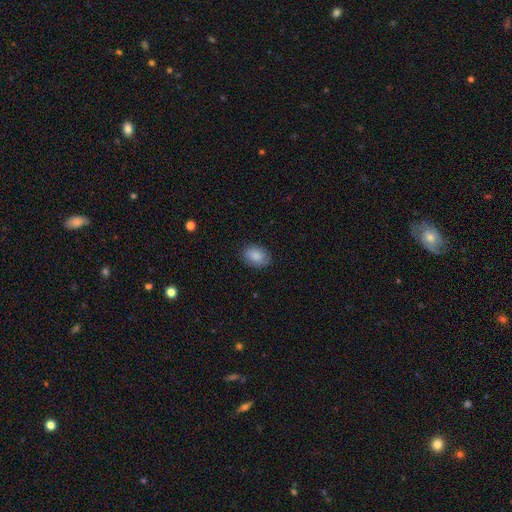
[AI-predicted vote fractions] smooth-or-featured: smooth: 87% | star or artifact: 7% | featured or disk: 6%
  how-rounded: in between: 78% | round: 21% | cigar-shaped: 1%
  merging: none: 86% | minor disturbance: 11% | major disturbance: 3% | merger: 1%